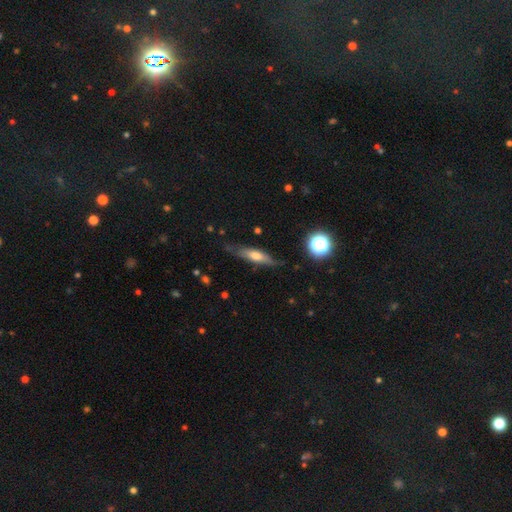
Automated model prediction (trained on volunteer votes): This appears to be a smooth galaxy with no disk features (51%) that is cigar-shaped (65%). Merging: none (71%).